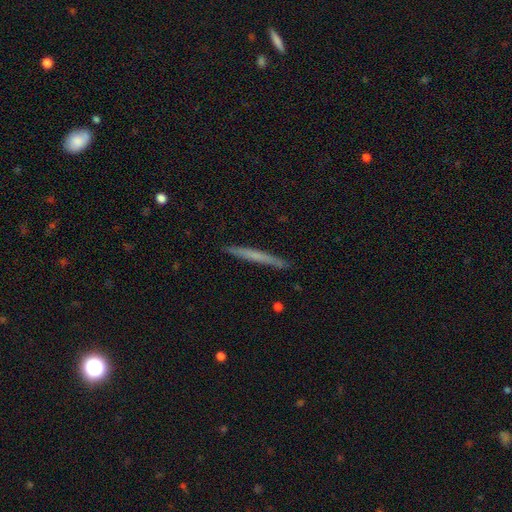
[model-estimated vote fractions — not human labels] A smooth galaxy with no disk features (51%) that is cigar-shaped (97%).

Vote fractions:
- Smooth or featured? smooth: 51% / featured or disk: 43% / star or artifact: 6%
- How rounded? cigar-shaped: 97% / in between: 2% / round: 1%
- Merging? none: 91% / minor disturbance: 7% / major disturbance: 1% / merger: 1%